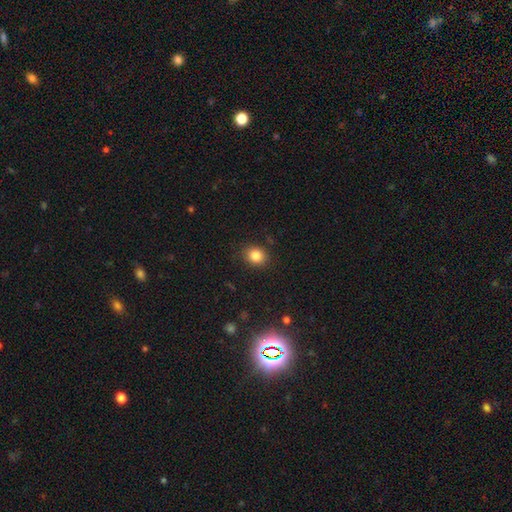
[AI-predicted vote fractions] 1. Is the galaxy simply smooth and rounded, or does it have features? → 84% smooth, 11% star or artifact, 5% featured or disk.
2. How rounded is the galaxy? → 64% round, 35% in between, 1% cigar-shaped.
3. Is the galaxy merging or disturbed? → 86% none, 10% minor disturbance, 3% major disturbance, 1% merger.